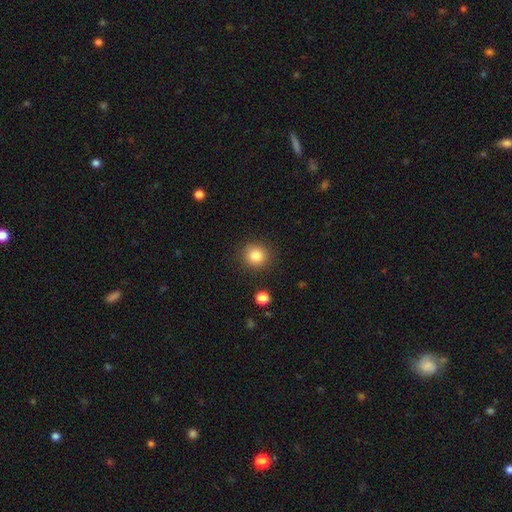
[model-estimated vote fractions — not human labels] Smooth or featured?
  - smooth: 84% *
  - star or artifact: 10%
  - featured or disk: 6%
How rounded?
  - round: 89% *
  - in between: 10%
  - cigar-shaped: 1%
Merging?
  - none: 88% *
  - minor disturbance: 7%
  - major disturbance: 3%
  - merger: 2%